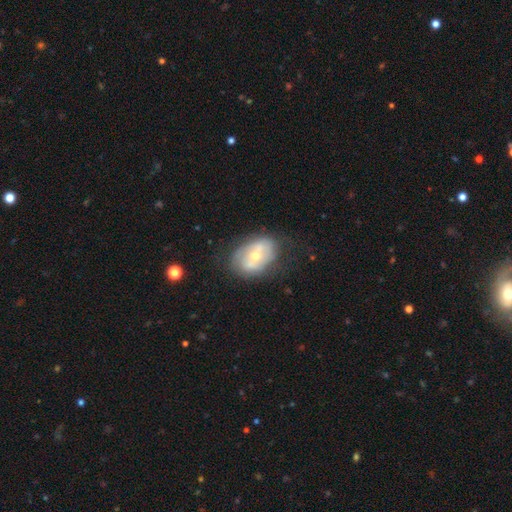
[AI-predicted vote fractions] A featured or disk galaxy (63%) with no bar (57%), spiral arms (56%) and a moderate central bulge (55%).

Vote fractions:
- Smooth or featured? featured or disk: 63% / smooth: 30% / star or artifact: 7%
- Edge-on disk? no: 94% / yes: 6%
- Bar? no: 57% / weak: 30% / strong: 13%
- Spiral arms? yes: 56% / no: 44%
- Bulge size? moderate: 55% / small: 41% / large: 2% / none: 1% / dominant: 1%
- Merging? none: 65% / minor disturbance: 22% / major disturbance: 10% / merger: 3%